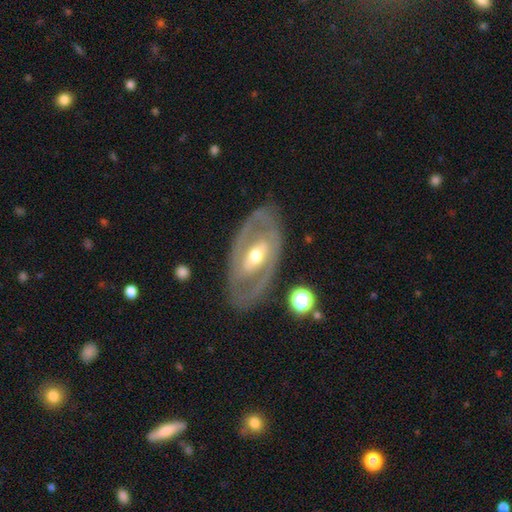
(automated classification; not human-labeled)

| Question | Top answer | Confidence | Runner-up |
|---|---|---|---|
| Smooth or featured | featured or disk | 77% | smooth (19%) |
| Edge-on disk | no | 91% | yes (9%) |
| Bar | weak | 35% | tied: no (35%) |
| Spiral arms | no | 50% | tied: yes (50%) |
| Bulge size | moderate | 67% | small (24%) |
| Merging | none | 81% | minor disturbance (12%) |